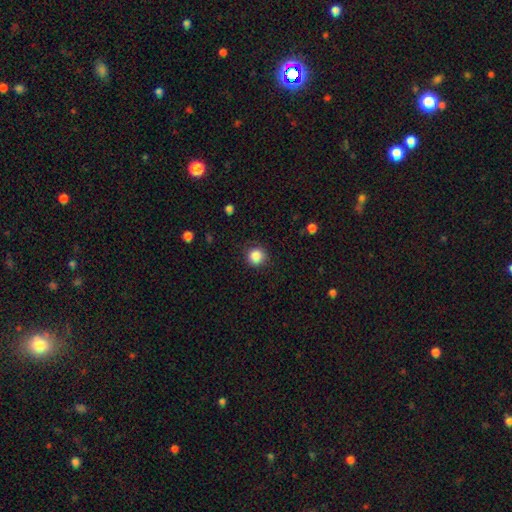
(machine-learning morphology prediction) The model was most divided on "smooth or featured": smooth: 86%, star or artifact: 10%, featured or disk: 4%. More confident: how rounded — round (93%); merging — none (87%).